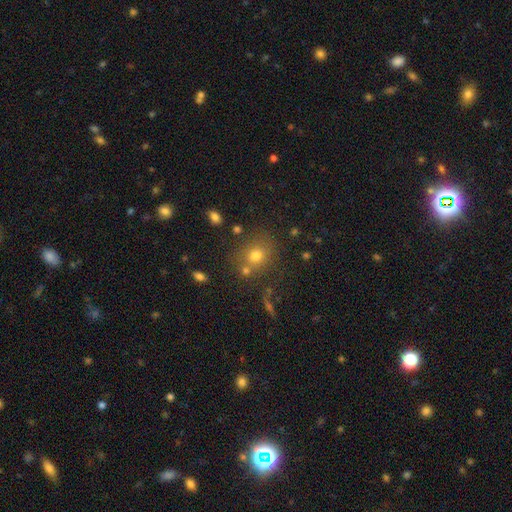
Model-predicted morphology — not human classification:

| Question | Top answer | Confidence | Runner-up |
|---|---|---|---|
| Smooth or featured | smooth | 70% | star or artifact (17%) |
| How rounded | round | 69% | in between (30%) |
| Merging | none | 68% | merger (15%) |